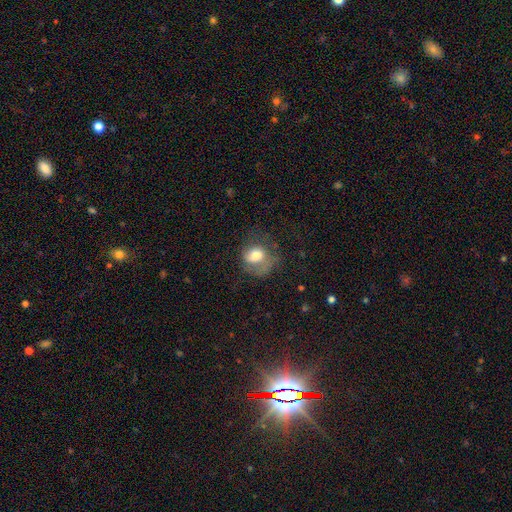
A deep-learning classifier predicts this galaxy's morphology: A smooth galaxy with no disk features (64%) that is round (57%). Merging: none (37%).